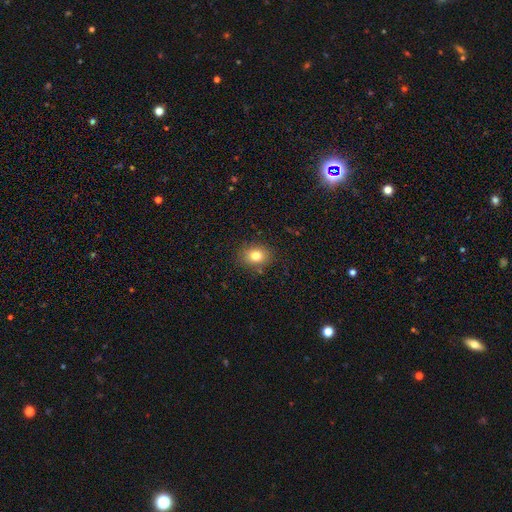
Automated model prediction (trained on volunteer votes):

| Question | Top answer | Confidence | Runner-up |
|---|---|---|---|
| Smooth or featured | smooth | 80% | star or artifact (11%) |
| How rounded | in between | 53% | round (46%) |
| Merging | none | 85% | minor disturbance (11%) |